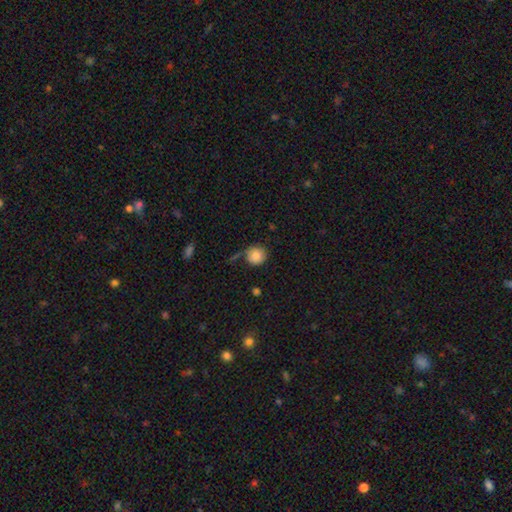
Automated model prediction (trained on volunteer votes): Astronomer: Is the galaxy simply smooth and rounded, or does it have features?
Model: smooth — 85%.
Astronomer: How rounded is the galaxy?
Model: round — 90%.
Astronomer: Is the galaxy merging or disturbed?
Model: none — 70%.